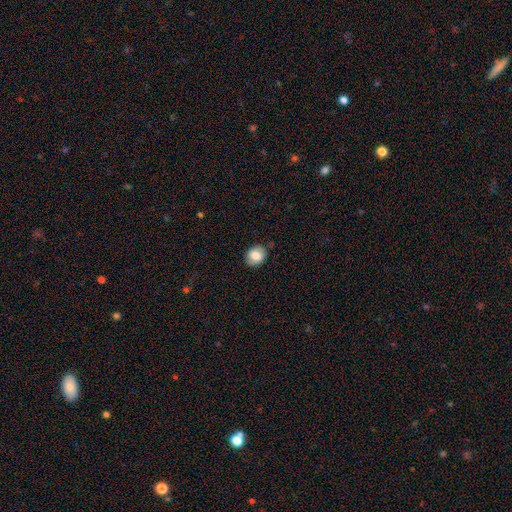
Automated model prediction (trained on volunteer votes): The model was most divided on "how rounded": round: 57%, in between: 43%, cigar-shaped: 1%. More confident: merging — none (83%); smooth or featured — smooth (80%).